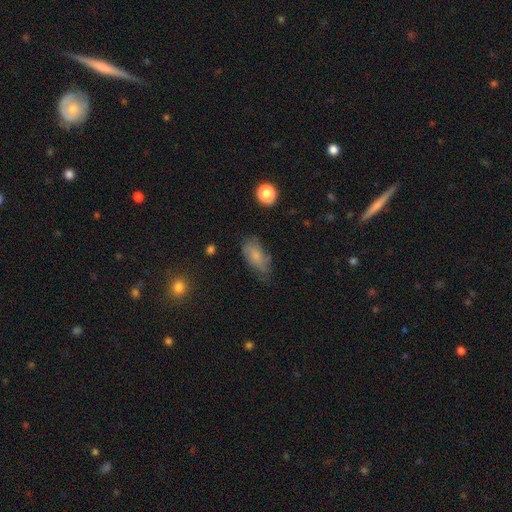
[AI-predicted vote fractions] smooth 69%, featured or disk 23%, star or artifact 9%. Down the decision tree: how rounded — in between (89%); merging — none (54%).